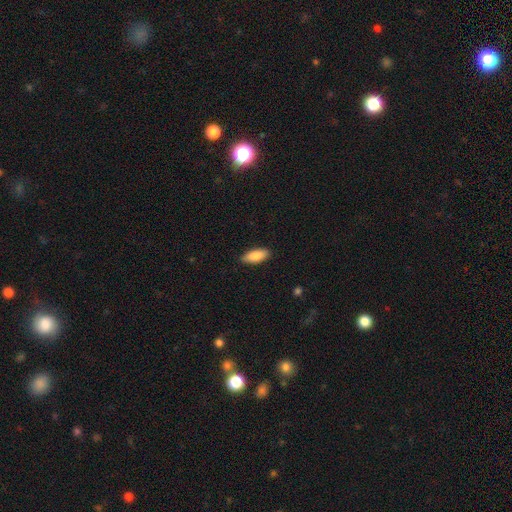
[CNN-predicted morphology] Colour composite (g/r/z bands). It shows a smooth galaxy with no disk features (88%) that is in between round and cigar-shaped (79%). Merging: none (88%).